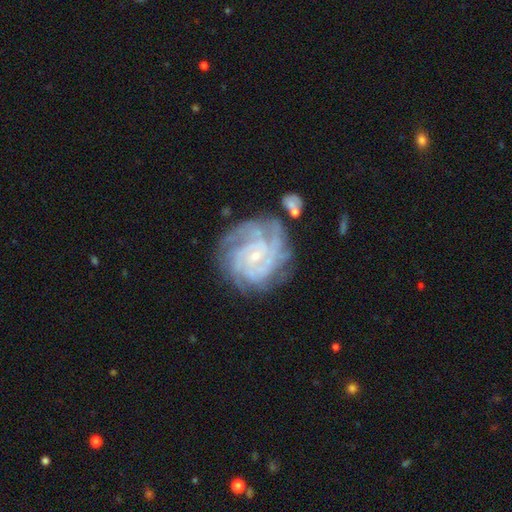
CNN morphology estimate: Smooth or featured: featured or disk — 87% (star or artifact — 7%)
Edge-on disk: no — 98% (yes — 2%)
Bar: no — 65% (weak — 28%)
Spiral arms: yes — 97% (no — 3%)
Spiral winding: tight — 76% (medium — 20%)
Spiral arm count: 4 — 29% (can't tell — 25%)
Bulge size: small — 82% (moderate — 13%)
Merging: none — 66% (minor disturbance — 19%)